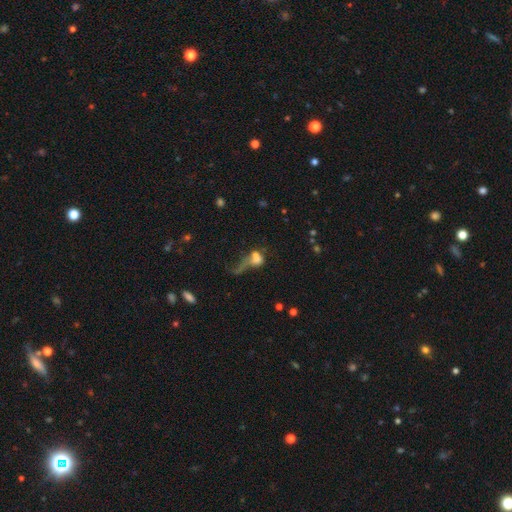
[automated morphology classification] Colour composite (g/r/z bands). It shows a smooth galaxy with no disk features (43%). Merging: major disturbance (37%).